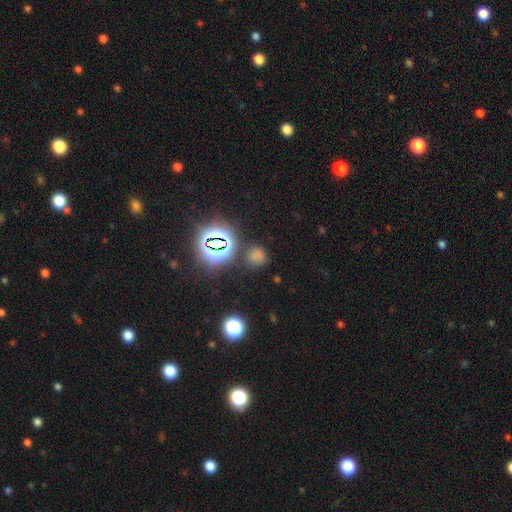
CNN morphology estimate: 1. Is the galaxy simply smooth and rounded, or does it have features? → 57% smooth, 37% star or artifact, 7% featured or disk.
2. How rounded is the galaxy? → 81% round, 18% in between, 1% cigar-shaped.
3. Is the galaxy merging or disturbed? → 73% none, 14% minor disturbance, 7% merger, 6% major disturbance.